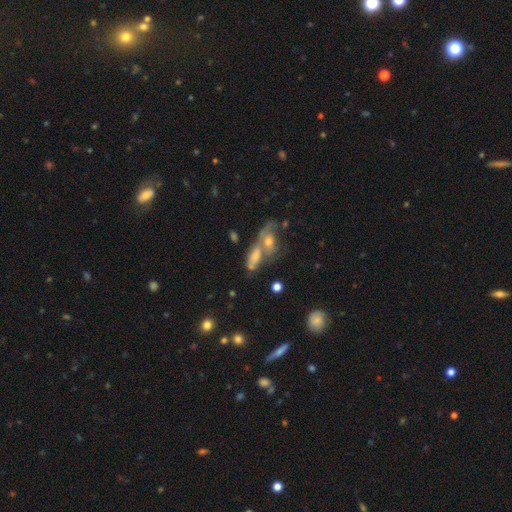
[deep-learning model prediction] smooth-or-featured: featured or disk: 46% | smooth: 36% | star or artifact: 17%
  merging: merger: 55% | none: 27% | minor disturbance: 10% | major disturbance: 8%